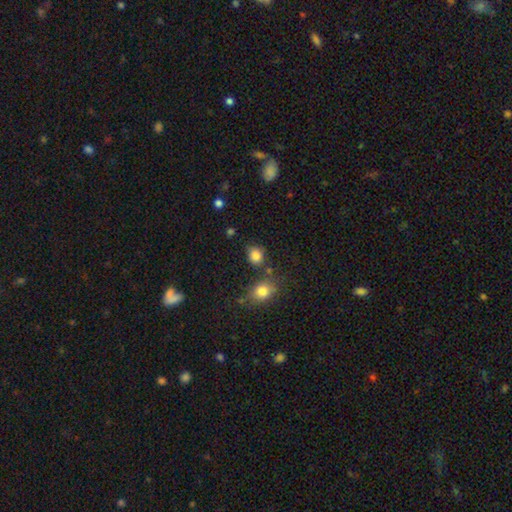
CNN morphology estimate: Overall: smooth (83%). How rounded: round (73%). Merging: none (73%).